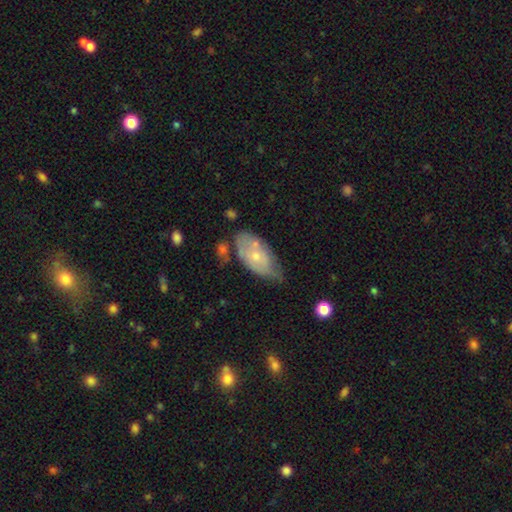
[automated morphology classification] smooth_or_featured: smooth (p=0.53) [alt: featured or disk p=0.41]
how_rounded: in between (p=0.92) [alt: cigar-shaped p=0.05]
merging: none (p=0.41) [alt: minor disturbance p=0.37]